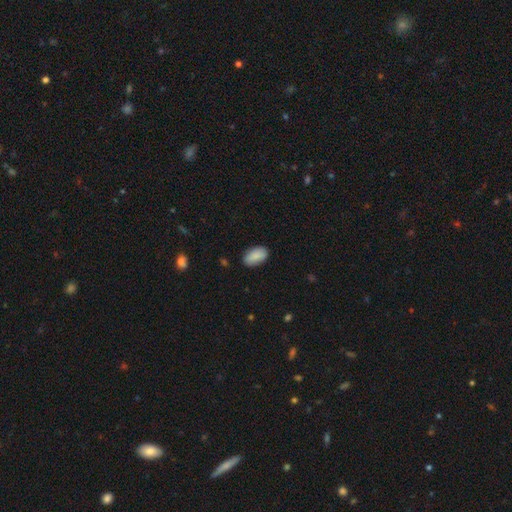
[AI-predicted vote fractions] smooth 89%, star or artifact 6%, featured or disk 5%. Down the decision tree: how rounded — in between (94%); merging — none (84%).